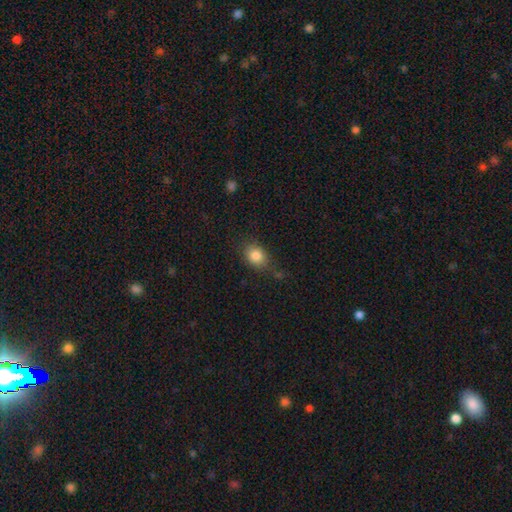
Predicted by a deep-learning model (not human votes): A smooth galaxy with no disk features (84%) that is in between round and cigar-shaped (61%). Merging: none (73%).